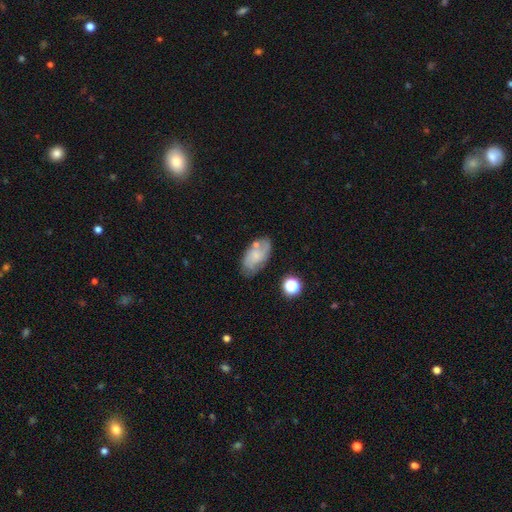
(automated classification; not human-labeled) smooth_or_featured: smooth (p=0.50) [alt: featured or disk p=0.41]
merging: none (p=0.61) [alt: minor disturbance p=0.23]